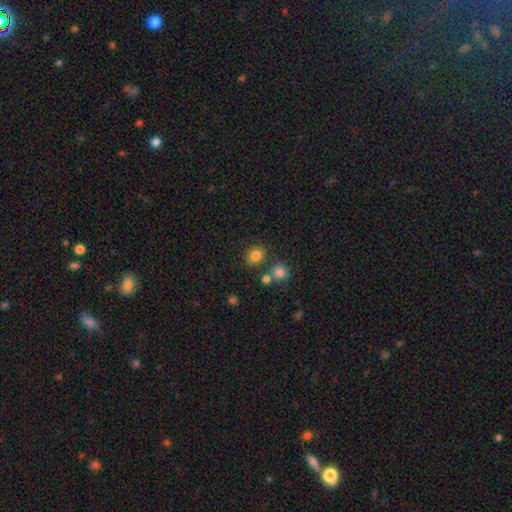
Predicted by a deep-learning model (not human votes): Overall: smooth (81%). How rounded: round (56%; in between 43%). Merging: none (76%).